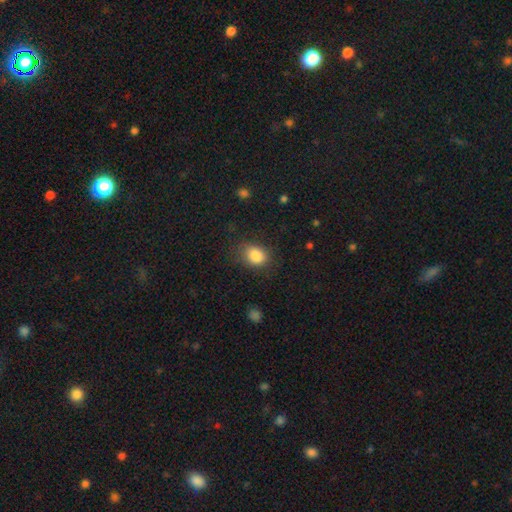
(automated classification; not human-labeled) Smooth or featured? smooth (85%)
How rounded? in between (59%)
Merging? none (75%)